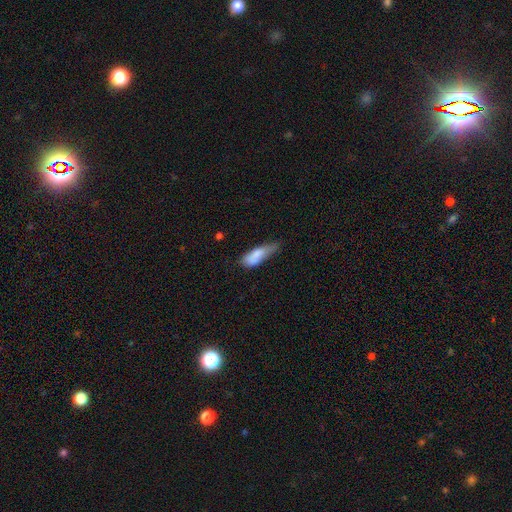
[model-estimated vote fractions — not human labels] Overall: smooth (79%). How rounded: in between (58%; cigar-shaped 40%). Merging: minor disturbance (47%; none 31%).